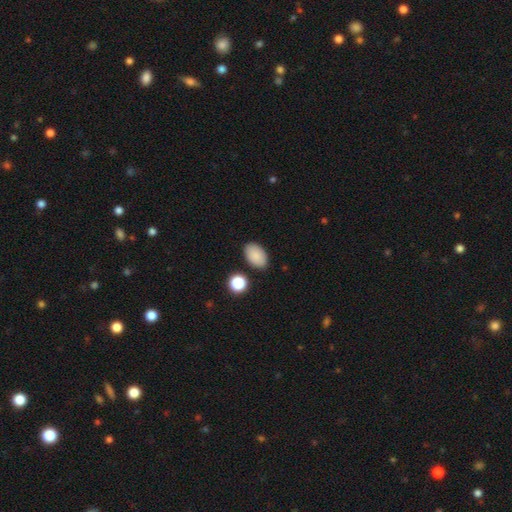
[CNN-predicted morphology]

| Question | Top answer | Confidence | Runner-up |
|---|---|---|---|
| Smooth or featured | smooth | 88% | star or artifact (8%) |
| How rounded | in between | 91% | round (8%) |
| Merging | none | 84% | minor disturbance (10%) |